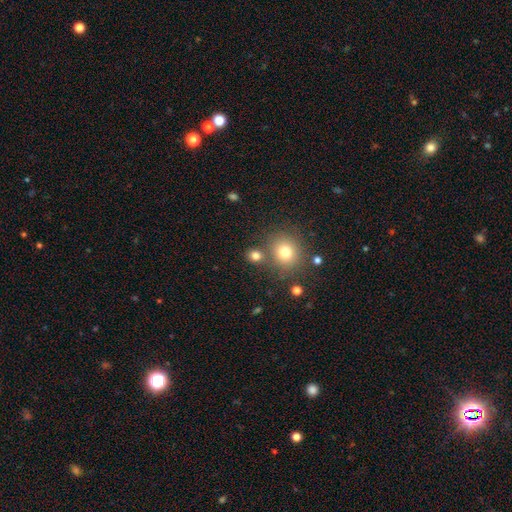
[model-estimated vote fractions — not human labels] A smooth galaxy with no disk features (78%) that is round (76%). Merging: none (71%).